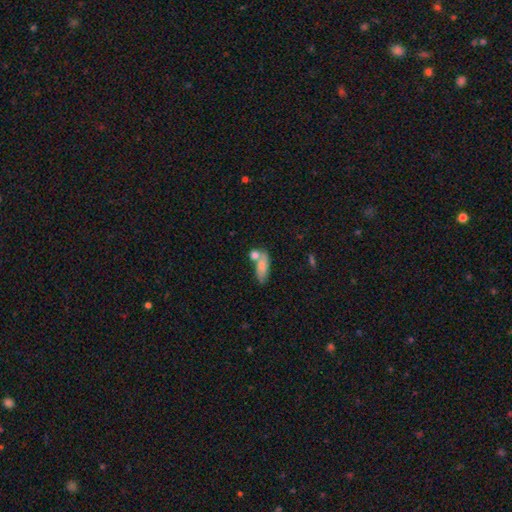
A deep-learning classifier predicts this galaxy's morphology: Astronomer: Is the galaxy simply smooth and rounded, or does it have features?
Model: smooth — 74%.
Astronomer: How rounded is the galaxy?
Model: in between — 60%.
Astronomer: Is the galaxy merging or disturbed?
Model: none — 41%, tied with merger at 41%.